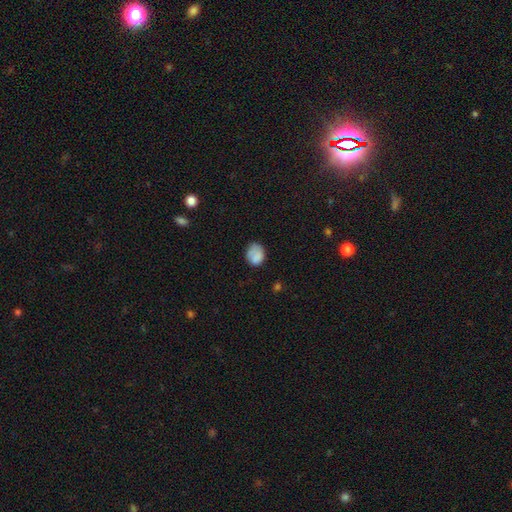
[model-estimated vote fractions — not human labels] A smooth galaxy with no disk features (79%) that is round (53%). Merging: none (59%).